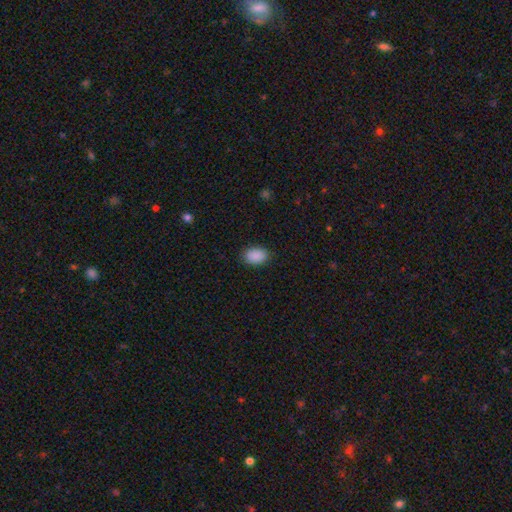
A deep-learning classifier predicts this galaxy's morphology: Smooth or featured?
  - smooth: 90% *
  - star or artifact: 7%
  - featured or disk: 2%
How rounded?
  - in between: 81% *
  - round: 18%
  - cigar-shaped: 1%
Merging?
  - none: 88% *
  - minor disturbance: 9%
  - major disturbance: 2%
  - merger: 1%